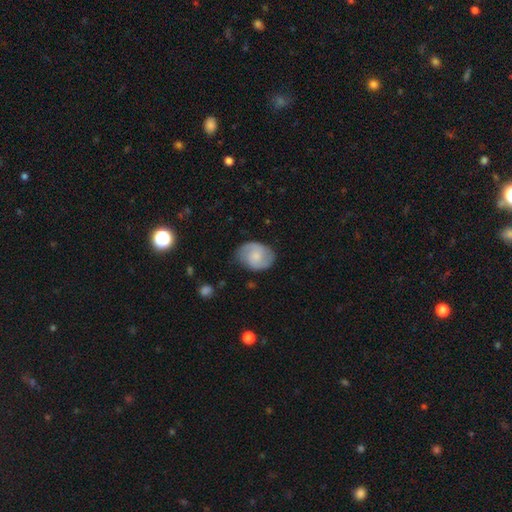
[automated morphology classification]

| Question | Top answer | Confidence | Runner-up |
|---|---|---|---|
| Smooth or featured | featured or disk | 48% | smooth (46%) |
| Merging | none | 71% | minor disturbance (21%) |